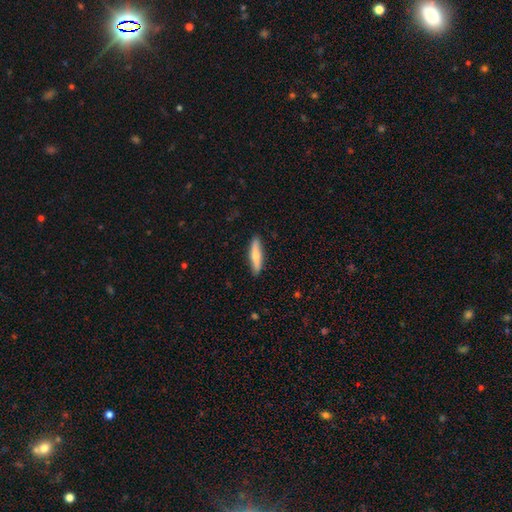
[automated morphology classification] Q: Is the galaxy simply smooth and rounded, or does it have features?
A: smooth — 67%.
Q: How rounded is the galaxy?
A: cigar-shaped — 80%.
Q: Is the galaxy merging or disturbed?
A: none — 87%.